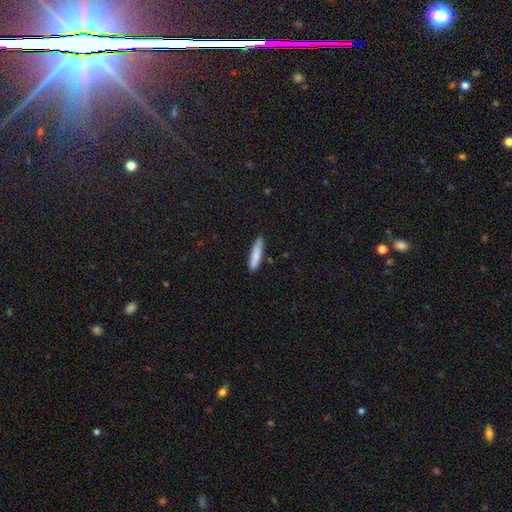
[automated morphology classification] A smooth galaxy with no disk features (82%) that is cigar-shaped (86%).

Vote fractions:
- Smooth or featured? smooth: 82% / featured or disk: 12% / star or artifact: 6%
- How rounded? cigar-shaped: 86% / in between: 13% / round: 1%
- Merging? none: 85% / minor disturbance: 11% / major disturbance: 2% / merger: 2%